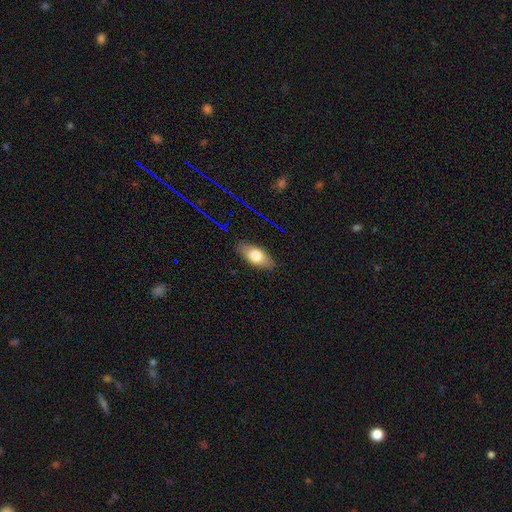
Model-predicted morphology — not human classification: This is likely a smooth galaxy (74%). How rounded: clearly in between (88%). Merging: clearly none (85%).